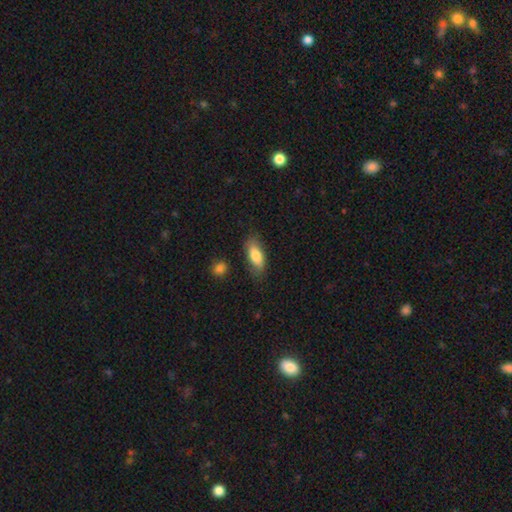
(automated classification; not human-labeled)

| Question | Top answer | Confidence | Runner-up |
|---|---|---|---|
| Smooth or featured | smooth | 78% | featured or disk (15%) |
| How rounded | in between | 80% | cigar-shaped (17%) |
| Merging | none | 78% | minor disturbance (15%) |